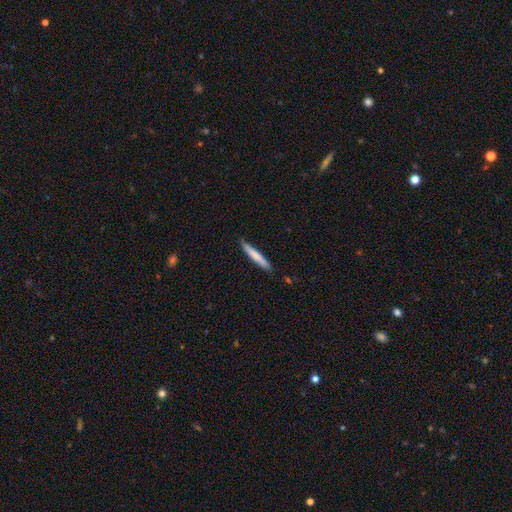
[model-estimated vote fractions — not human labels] smooth_or_featured: smooth (p=0.72) [alt: featured or disk p=0.23]
how_rounded: cigar-shaped (p=0.95) [alt: in between p=0.04]
merging: none (p=0.87) [alt: minor disturbance p=0.10]